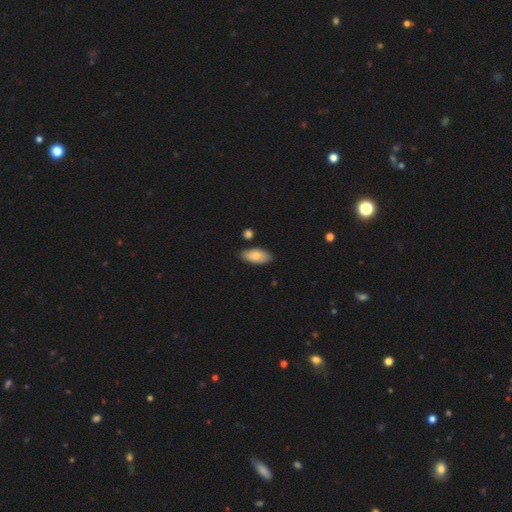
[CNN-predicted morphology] This appears to be a smooth galaxy with no disk features (81%) that is in between round and cigar-shaped (91%). Merging: none (83%).